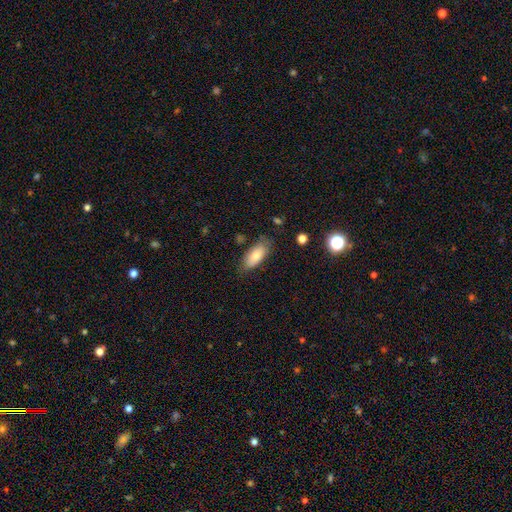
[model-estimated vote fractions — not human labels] Smooth or featured: smooth — 77% (featured or disk — 15%)
How rounded: in between — 85% (cigar-shaped — 13%)
Merging: none — 77% (minor disturbance — 18%)